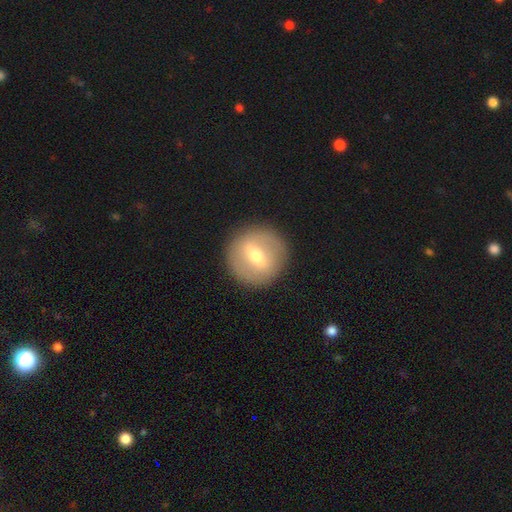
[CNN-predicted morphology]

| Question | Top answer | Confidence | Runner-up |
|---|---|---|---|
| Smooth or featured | featured or disk | 54% | smooth (39%) |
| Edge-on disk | no | 85% | yes (15%) |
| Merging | none | 89% | minor disturbance (7%) |